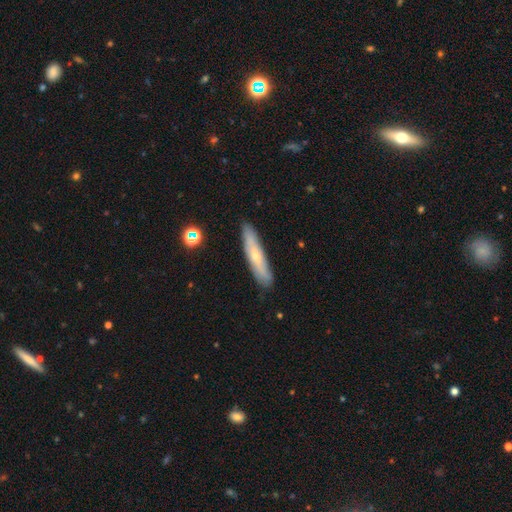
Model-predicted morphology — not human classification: Q: Smooth or featured?
A: featured or disk (49%); runner-up: smooth (44%)
Q: Merging?
A: none (85%); runner-up: minor disturbance (12%)